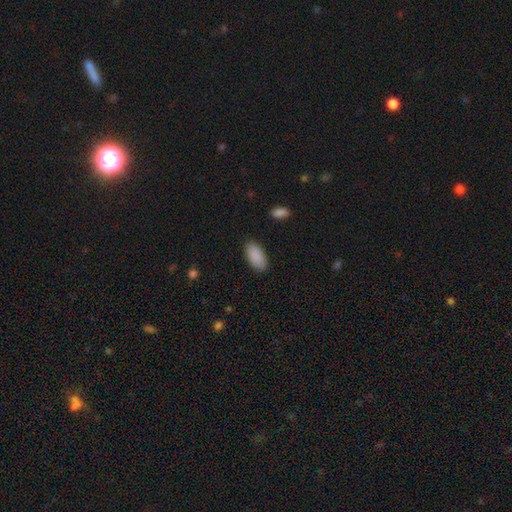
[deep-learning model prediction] Smooth or featured: smooth — 90% (star or artifact — 6%)
How rounded: in between — 93% (cigar-shaped — 4%)
Merging: none — 87% (minor disturbance — 10%)